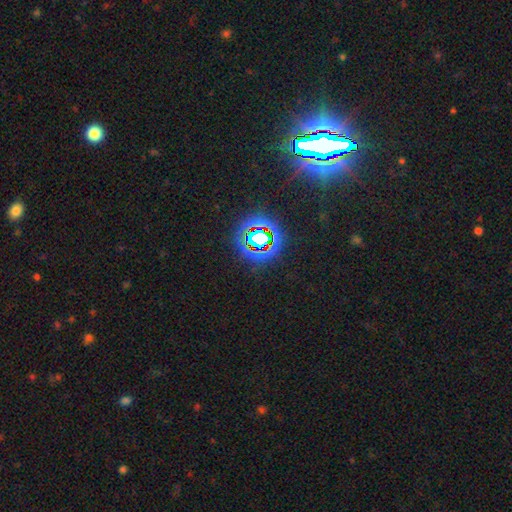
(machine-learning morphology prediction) Smooth or featured: star or artifact — 83% (smooth — 10%)